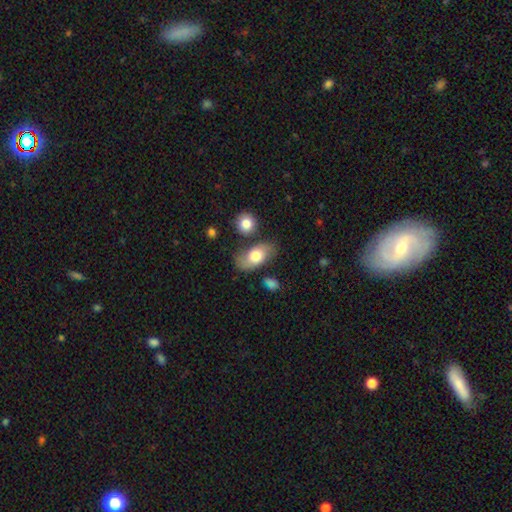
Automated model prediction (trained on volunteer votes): A smooth galaxy with no disk features (67%) that is in between round and cigar-shaped (90%).

Vote fractions:
- Smooth or featured? smooth: 67% / featured or disk: 27% / star or artifact: 6%
- How rounded? in between: 90% / round: 7% / cigar-shaped: 3%
- Merging? none: 68% / minor disturbance: 18% / merger: 8% / major disturbance: 6%